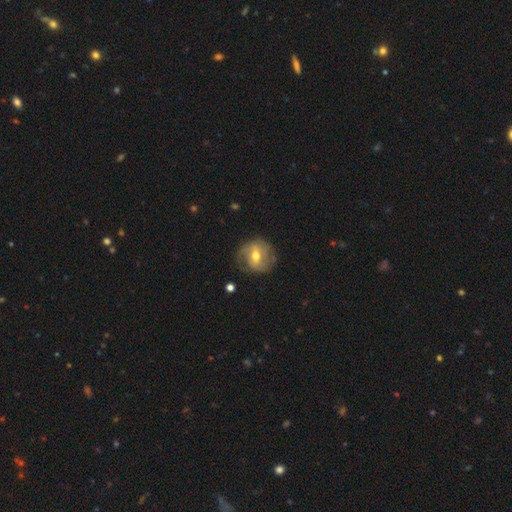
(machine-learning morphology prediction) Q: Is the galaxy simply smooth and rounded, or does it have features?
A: featured or disk — 60%.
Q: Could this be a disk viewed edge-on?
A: no — 96%.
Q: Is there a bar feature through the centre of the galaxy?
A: weak — 48%.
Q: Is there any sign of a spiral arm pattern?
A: yes — 74%.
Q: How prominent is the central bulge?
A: moderate — 70%.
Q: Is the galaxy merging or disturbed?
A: none — 68%.